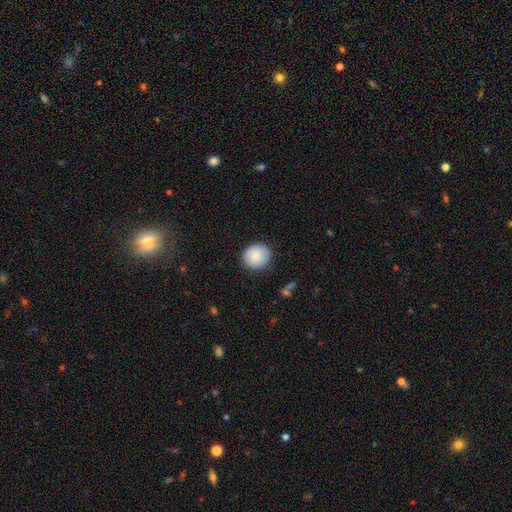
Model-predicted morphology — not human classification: smooth 81%, featured or disk 12%, star or artifact 7%. Down the decision tree: how rounded — round (82%); merging — none (86%).